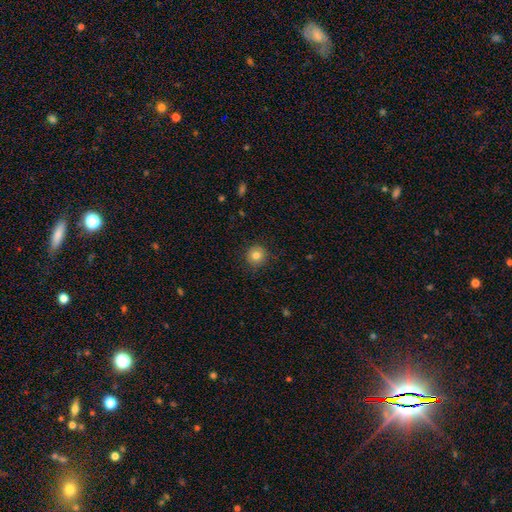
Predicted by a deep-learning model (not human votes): This is clearly a smooth galaxy (81%). How rounded: clearly round (94%). Merging: clearly none (88%).